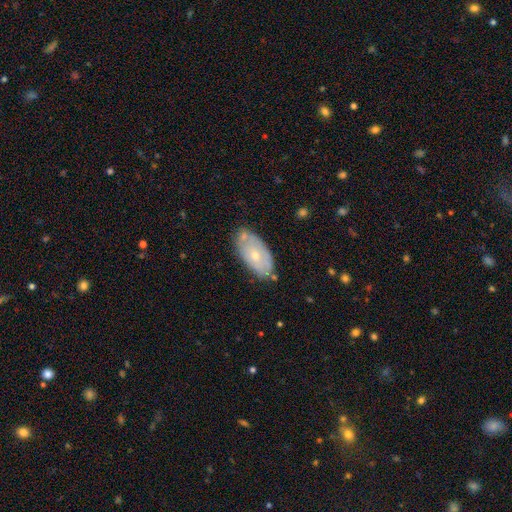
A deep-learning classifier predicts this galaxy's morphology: Smooth or featured?
  - smooth: 51% *
  - featured or disk: 43%
  - star or artifact: 6%
How rounded?
  - in between: 93% *
  - cigar-shaped: 4%
  - round: 4%
Merging?
  - none: 67% *
  - minor disturbance: 22%
  - merger: 7%
  - major disturbance: 4%